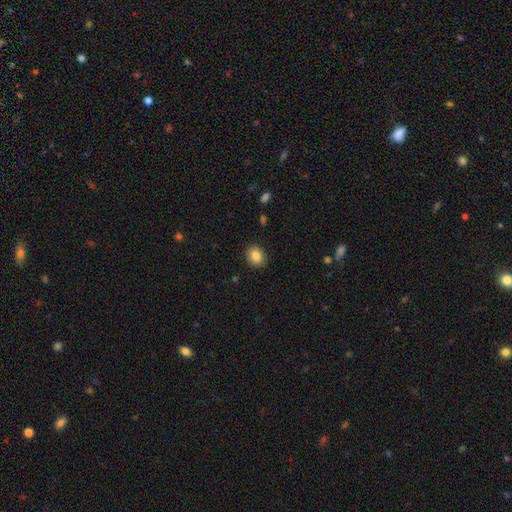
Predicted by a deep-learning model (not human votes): smooth 86%, star or artifact 9%, featured or disk 5%. Down the decision tree: how rounded — round (64%); merging — none (90%).